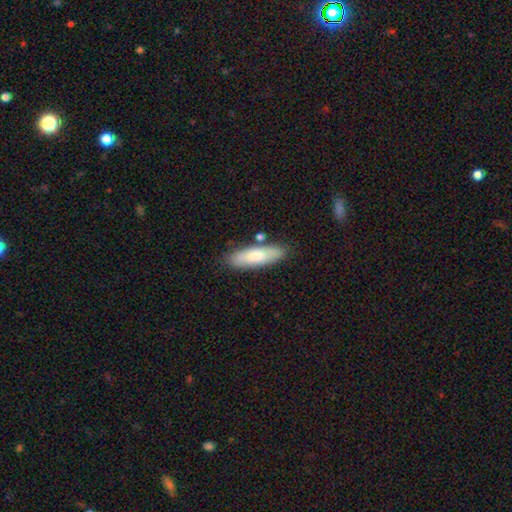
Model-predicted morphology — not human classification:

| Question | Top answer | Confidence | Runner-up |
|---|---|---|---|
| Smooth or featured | smooth | 76% | featured or disk (19%) |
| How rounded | cigar-shaped | 50% | in between (48%) |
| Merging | none | 79% | minor disturbance (13%) |